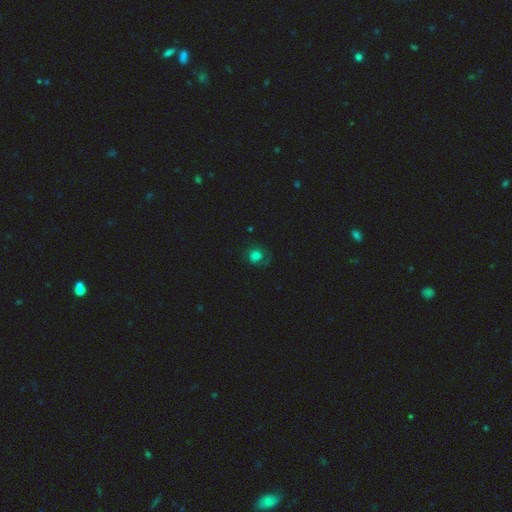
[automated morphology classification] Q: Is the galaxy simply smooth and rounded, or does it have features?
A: smooth — 58%.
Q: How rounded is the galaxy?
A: round — 75%.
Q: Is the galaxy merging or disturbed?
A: none — 63%.